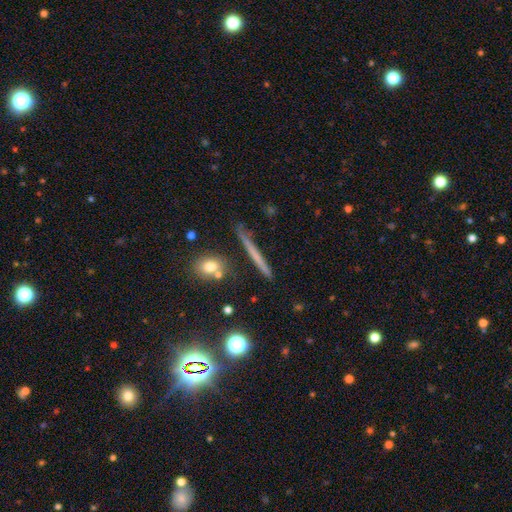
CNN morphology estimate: Smooth or featured?
  - smooth: 45% *
  - featured or disk: 44%
  - star or artifact: 11%
Merging?
  - none: 85% *
  - minor disturbance: 9%
  - merger: 3%
  - major disturbance: 2%